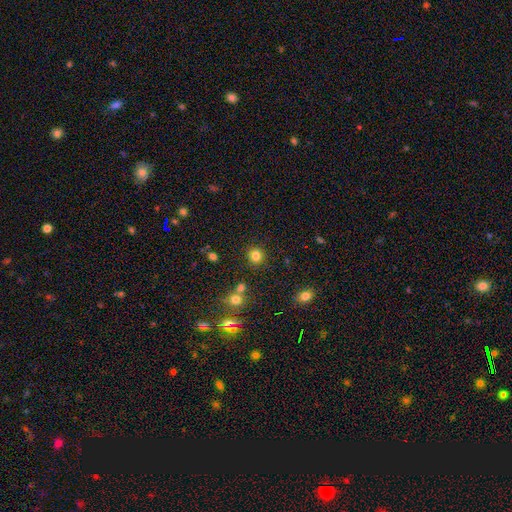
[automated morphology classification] smooth-or-featured: smooth: 82% | star or artifact: 13% | featured or disk: 5%
  how-rounded: round: 90% | in between: 9% | cigar-shaped: 1%
  merging: none: 88% | minor disturbance: 6% | merger: 3% | major disturbance: 2%